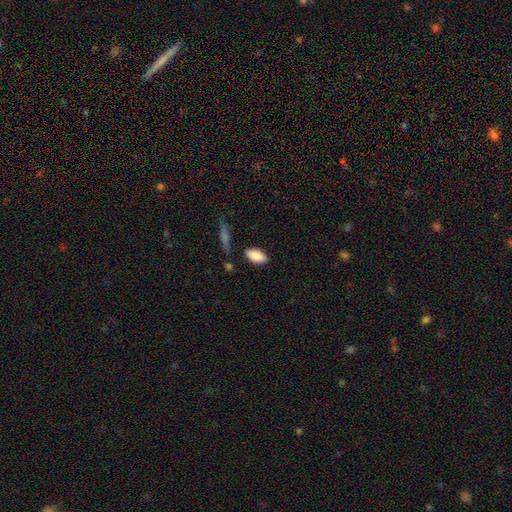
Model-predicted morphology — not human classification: A smooth galaxy with no disk features (88%) that is in between round and cigar-shaped (93%). Merging: none (81%).